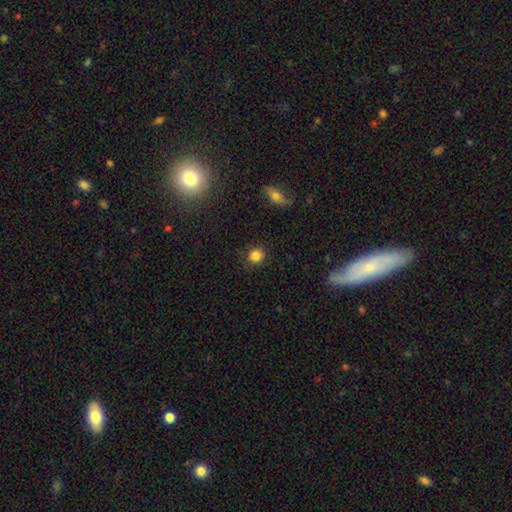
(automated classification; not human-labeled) smooth 84%, star or artifact 11%, featured or disk 5%. Down the decision tree: how rounded — round (91%); merging — none (89%).